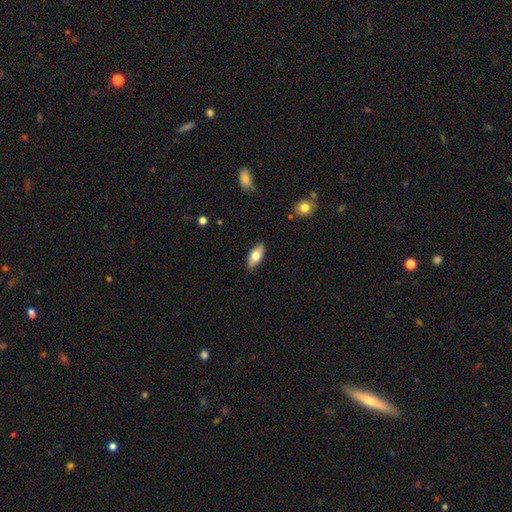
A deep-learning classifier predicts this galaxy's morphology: The model was most divided on "smooth or featured": smooth: 74%, featured or disk: 20%, star or artifact: 6%. More confident: merging — none (88%); how rounded — in between (84%).